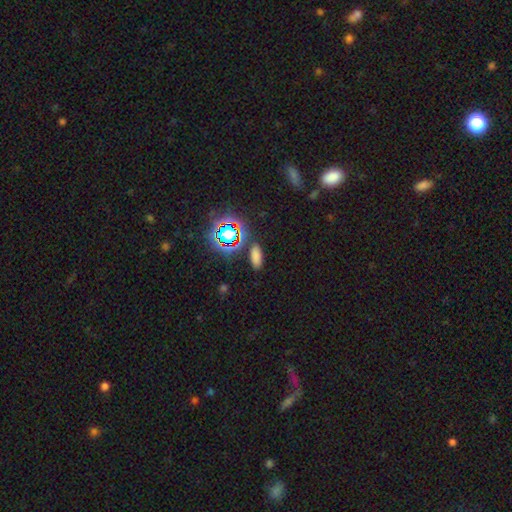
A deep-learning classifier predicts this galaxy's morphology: This appears to be a smooth galaxy with no disk features (70%) that is in between round and cigar-shaped (80%). Merging: none (84%).